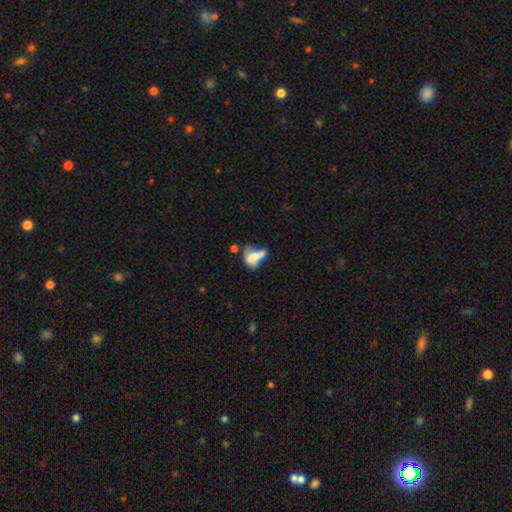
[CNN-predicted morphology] Overall: smooth (57%; featured or disk 31%). How rounded: in between (73%). Merging: merger (29%, tied with major disturbance).